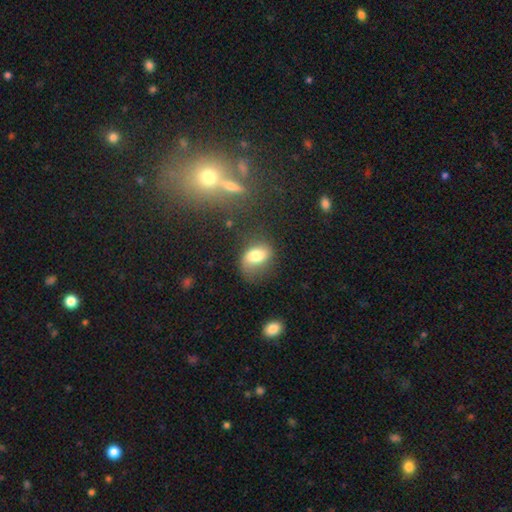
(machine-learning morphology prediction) smooth-or-featured: smooth: 69% | featured or disk: 21% | star or artifact: 10%
  how-rounded: in between: 79% | round: 19% | cigar-shaped: 2%
  merging: none: 51% | minor disturbance: 29% | major disturbance: 15% | merger: 4%